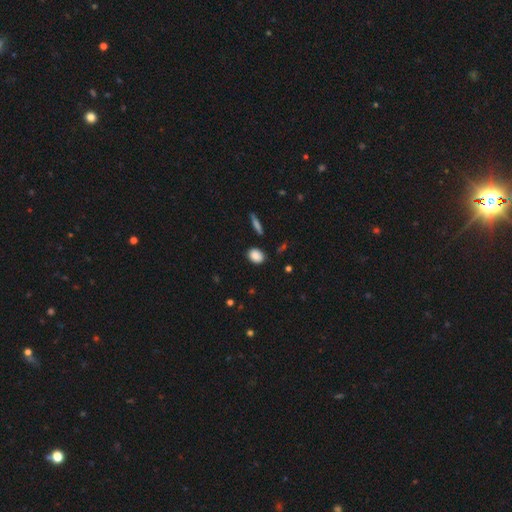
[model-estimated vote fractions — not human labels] smooth-or-featured: smooth: 86% | star or artifact: 8% | featured or disk: 5%
  how-rounded: in between: 58% | round: 40% | cigar-shaped: 2%
  merging: none: 85% | minor disturbance: 11% | major disturbance: 2% | merger: 2%